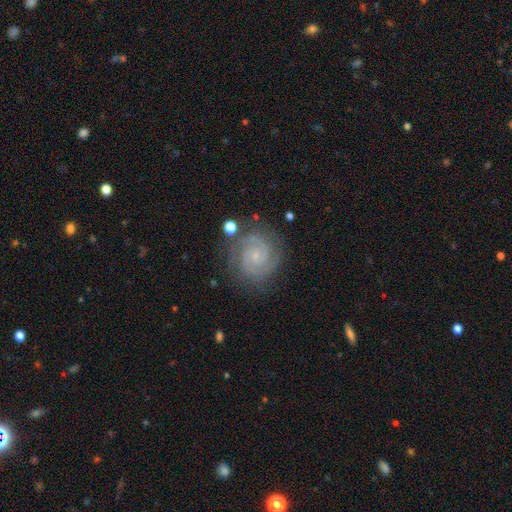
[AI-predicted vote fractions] Smooth or featured: featured or disk — 86% (smooth — 7%)
Edge-on disk: no — 98% (yes — 2%)
Bar: no — 68% (weak — 26%)
Spiral arms: yes — 98% (no — 2%)
Spiral winding: tight — 71% (medium — 26%)
Spiral arm count: 2 — 68% (3 — 14%)
Bulge size: small — 79% (moderate — 11%)
Merging: none — 81% (minor disturbance — 13%)